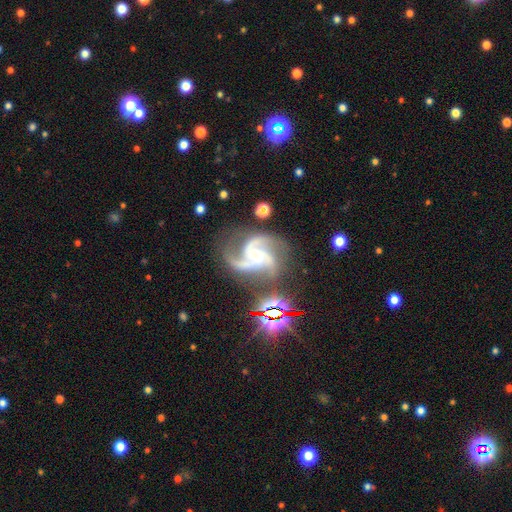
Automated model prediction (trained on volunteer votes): Smooth or featured? featured or disk (91%)
Edge-on disk? no (98%)
Bar? no (65%)
Spiral arms? yes (99%)
Spiral winding? medium (62%)
Spiral arm count? 3 (70%)
Bulge size? small (68%)
Merging? none (66%)